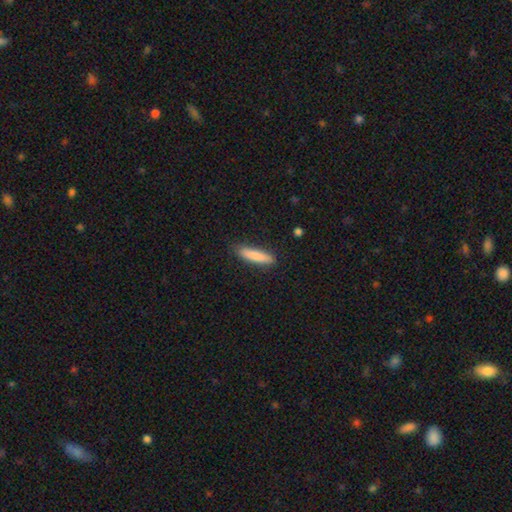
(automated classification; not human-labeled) The model was most divided on "how rounded": cigar-shaped: 80%, in between: 18%, round: 1%. More confident: merging — none (86%); smooth or featured — smooth (82%).